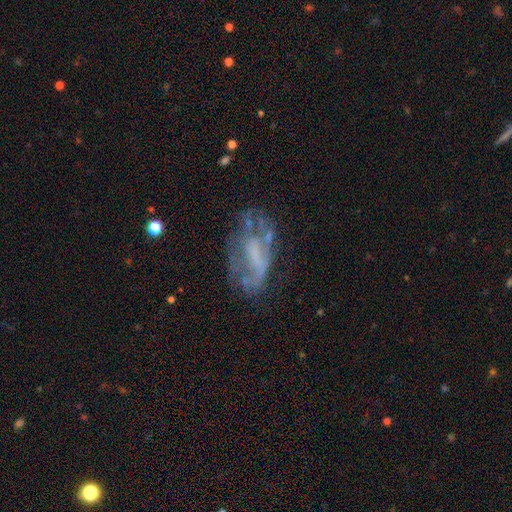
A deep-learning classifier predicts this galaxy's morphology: Q: Smooth or featured?
A: featured or disk (65%); runner-up: smooth (23%)
Q: Edge-on disk?
A: no (94%); runner-up: yes (6%)
Q: Bar?
A: no (54%); runner-up: weak (30%)
Q: Spiral arms?
A: no (58%); runner-up: yes (42%)
Q: Bulge size?
A: none (57%); runner-up: small (20%)
Q: Merging?
A: none (46%); runner-up: major disturbance (26%)